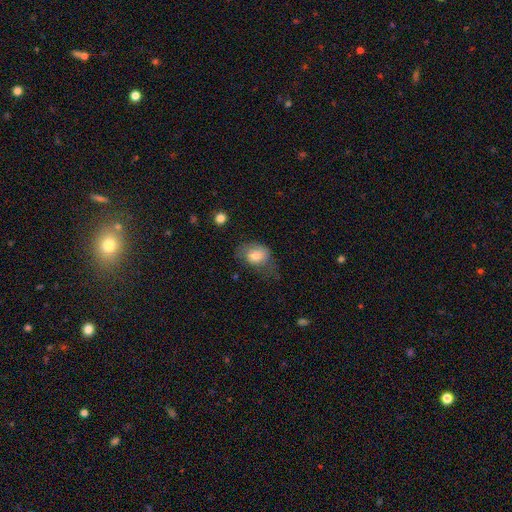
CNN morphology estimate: The model was most divided on "merging": none: 40%, minor disturbance: 32%, major disturbance: 27%, merger: 2%. More confident: smooth or featured — smooth (74%); how rounded — in between (67%).